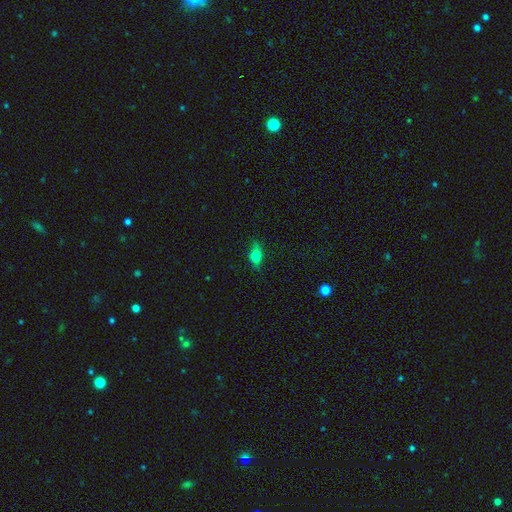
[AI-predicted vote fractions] Morphology: type=smooth (68%); roundness=in between (73%); merging=none (77%).